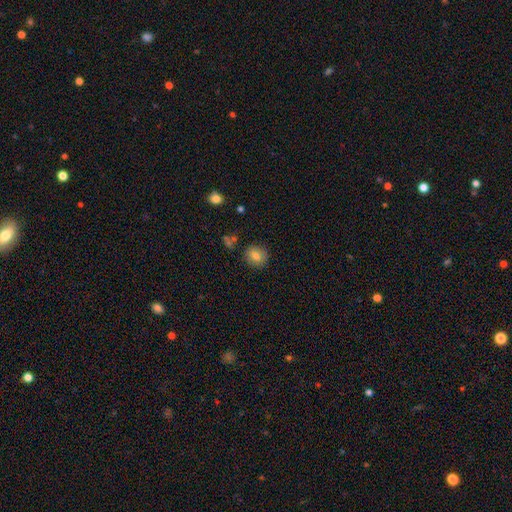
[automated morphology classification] smooth-or-featured: smooth: 79% | featured or disk: 11% | star or artifact: 10%
  how-rounded: round: 78% | in between: 21% | cigar-shaped: 1%
  merging: none: 86% | minor disturbance: 9% | merger: 3% | major disturbance: 2%